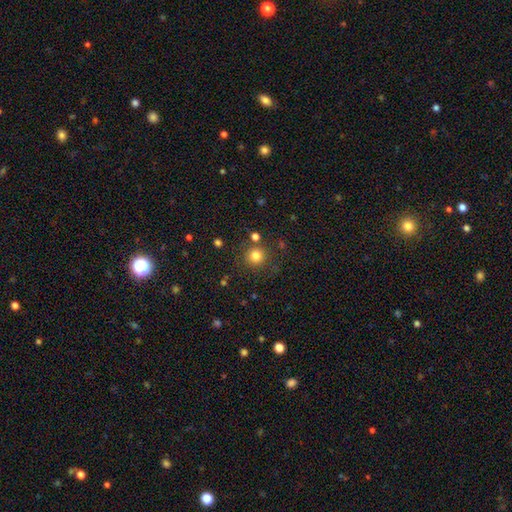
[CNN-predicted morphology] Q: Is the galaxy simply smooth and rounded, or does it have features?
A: smooth — 80%.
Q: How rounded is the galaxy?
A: round — 94%.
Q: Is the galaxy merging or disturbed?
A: none — 83%.